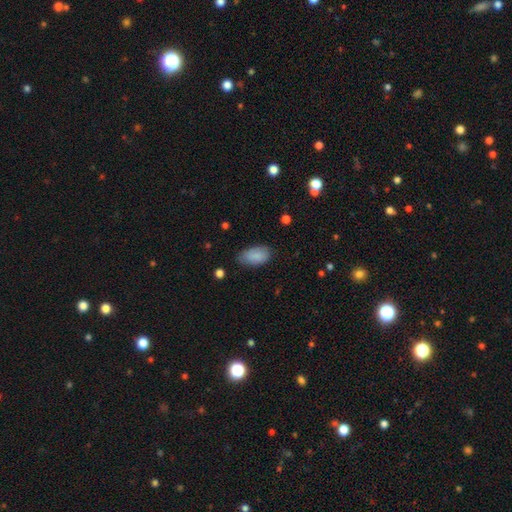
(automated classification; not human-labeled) A smooth galaxy with no disk features (88%) that is in between round and cigar-shaped (94%).

Vote fractions:
- Smooth or featured? smooth: 88% / star or artifact: 7% / featured or disk: 6%
- How rounded? in between: 94% / round: 4% / cigar-shaped: 2%
- Merging? none: 75% / minor disturbance: 20% / major disturbance: 4% / merger: 1%